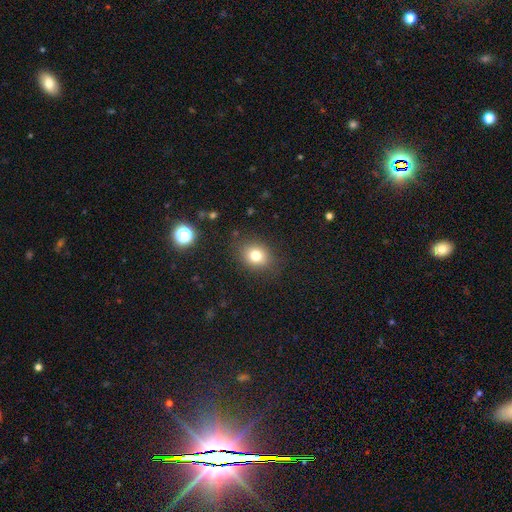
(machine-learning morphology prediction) This appears to be a smooth galaxy with no disk features (78%) that is round (61%). Merging: none (84%).